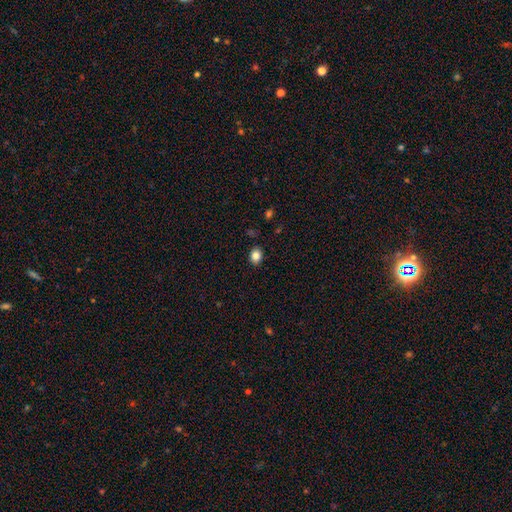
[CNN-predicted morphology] A smooth galaxy with no disk features (84%) that is in between round and cigar-shaped (52%).

Vote fractions:
- Smooth or featured? smooth: 84% / star or artifact: 10% / featured or disk: 6%
- How rounded? in between: 52% / round: 47% / cigar-shaped: 1%
- Merging? none: 88% / minor disturbance: 9% / major disturbance: 2% / merger: 1%